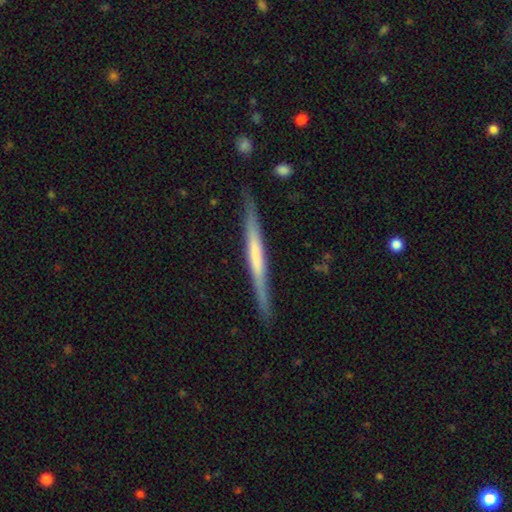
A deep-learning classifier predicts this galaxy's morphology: Smooth or featured? featured or disk (59%)
Edge-on disk? yes (96%)
Edge-on bulge? none (67%)
Merging? none (86%)